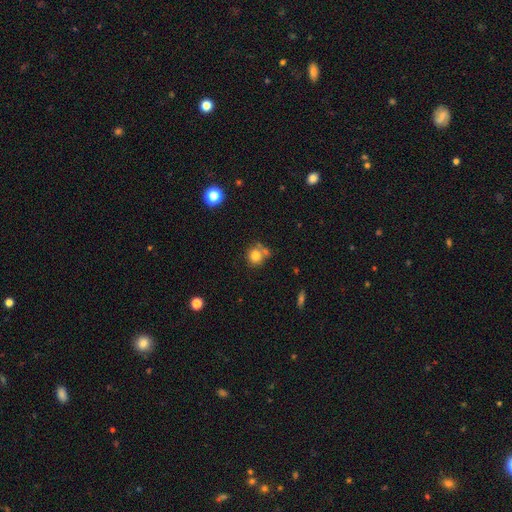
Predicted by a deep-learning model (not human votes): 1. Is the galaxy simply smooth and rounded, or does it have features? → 79% smooth, 11% star or artifact, 10% featured or disk.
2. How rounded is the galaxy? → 84% round, 15% in between, 1% cigar-shaped.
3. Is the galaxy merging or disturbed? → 54% none, 25% merger, 14% minor disturbance, 6% major disturbance.